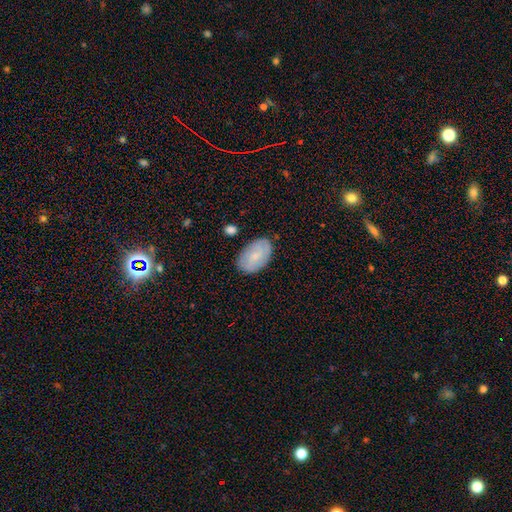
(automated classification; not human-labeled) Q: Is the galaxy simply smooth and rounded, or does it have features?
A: smooth — 56%.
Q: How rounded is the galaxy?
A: in between — 91%.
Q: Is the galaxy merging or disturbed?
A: none — 82%.